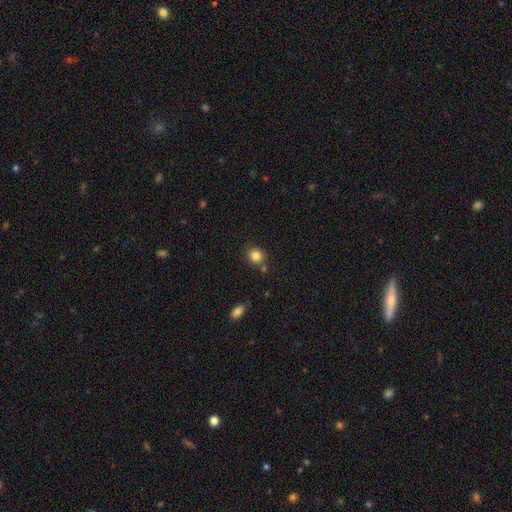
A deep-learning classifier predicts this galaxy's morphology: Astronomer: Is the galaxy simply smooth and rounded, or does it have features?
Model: smooth — 84%.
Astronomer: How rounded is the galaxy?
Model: round — 82%.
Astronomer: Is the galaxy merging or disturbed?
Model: none — 77%.